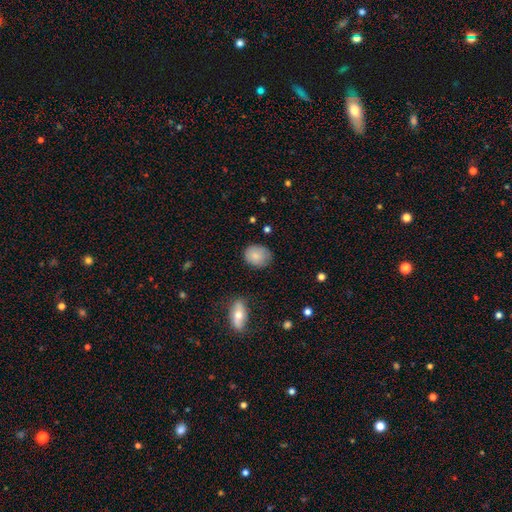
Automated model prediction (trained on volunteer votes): Smooth or featured? Predicted: smooth (p=0.83). How rounded? Predicted: round (p=0.56). Merging? Predicted: none (p=0.71).